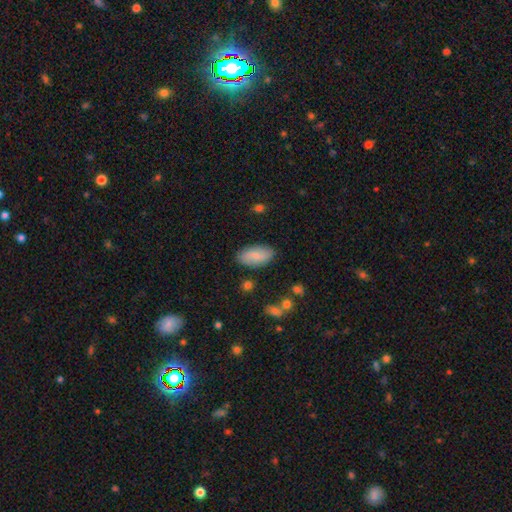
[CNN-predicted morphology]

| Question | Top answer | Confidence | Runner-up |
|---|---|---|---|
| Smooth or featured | smooth | 71% | featured or disk (22%) |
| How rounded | in between | 93% | cigar-shaped (4%) |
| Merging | none | 85% | minor disturbance (11%) |